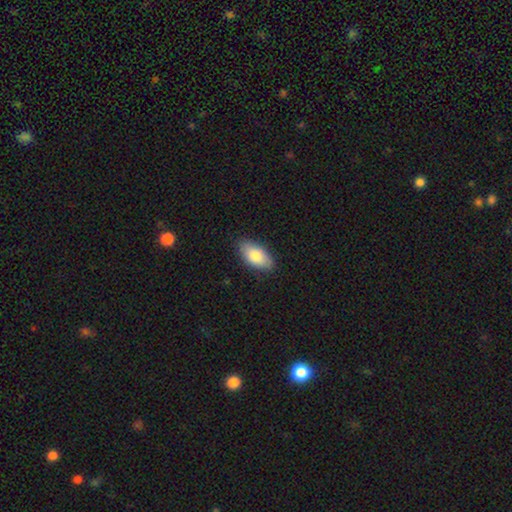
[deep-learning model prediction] Q: Smooth or featured?
A: smooth (79%); runner-up: featured or disk (15%)
Q: How rounded?
A: in between (92%); runner-up: cigar-shaped (4%)
Q: Merging?
A: none (84%); runner-up: minor disturbance (13%)